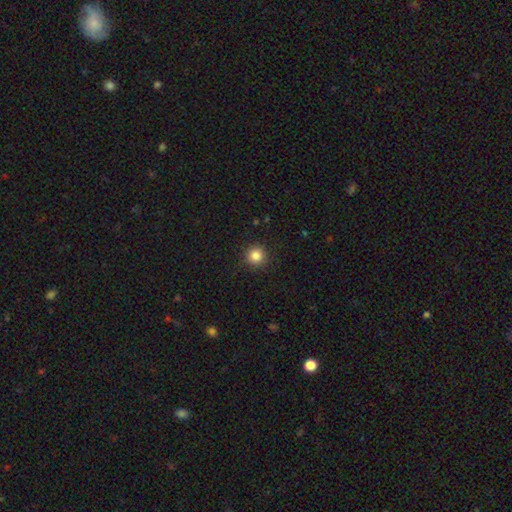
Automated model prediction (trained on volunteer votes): smooth_or_featured: smooth (p=0.85) [alt: star or artifact p=0.11]
how_rounded: round (p=0.95) [alt: in between p=0.04]
merging: none (p=0.91) [alt: minor disturbance p=0.06]